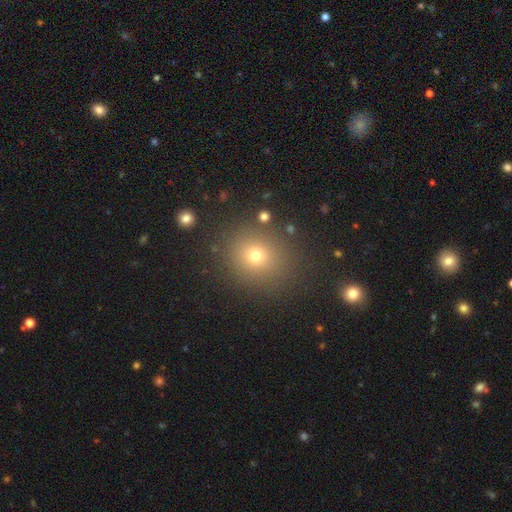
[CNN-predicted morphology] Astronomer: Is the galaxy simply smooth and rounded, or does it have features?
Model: smooth — 70%.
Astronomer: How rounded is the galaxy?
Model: round — 80%.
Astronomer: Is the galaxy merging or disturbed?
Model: none — 86%.